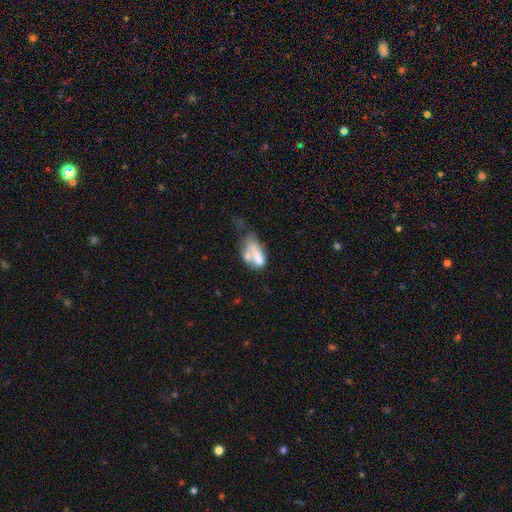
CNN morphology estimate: smooth 57%, featured or disk 34%, star or artifact 9%. Down the decision tree: how rounded — in between (89%); merging — merger (37%).